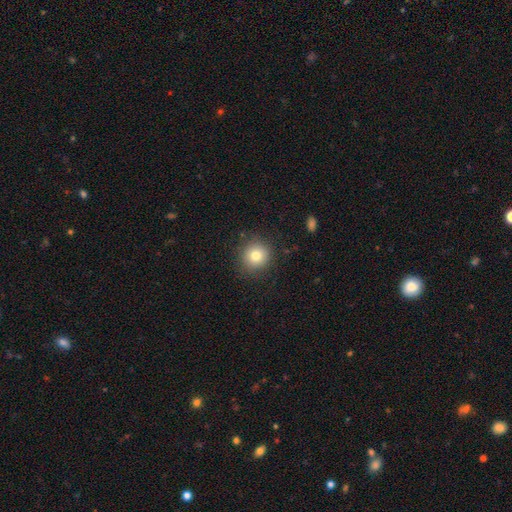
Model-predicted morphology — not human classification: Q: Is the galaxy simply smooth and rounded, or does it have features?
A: smooth — 80%.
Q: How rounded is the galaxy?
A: round — 91%.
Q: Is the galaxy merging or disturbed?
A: none — 87%.